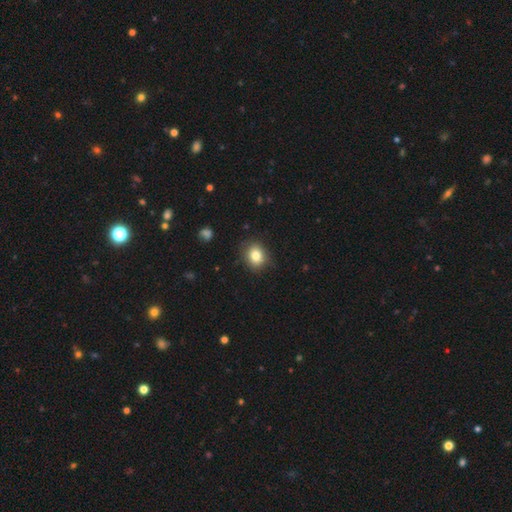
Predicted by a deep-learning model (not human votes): A smooth galaxy with no disk features (83%) that is round (59%).

Vote fractions:
- Smooth or featured? smooth: 83% / star or artifact: 10% / featured or disk: 8%
- How rounded? round: 59% / in between: 40% / cigar-shaped: 1%
- Merging? none: 85% / minor disturbance: 12% / major disturbance: 3% / merger: 1%